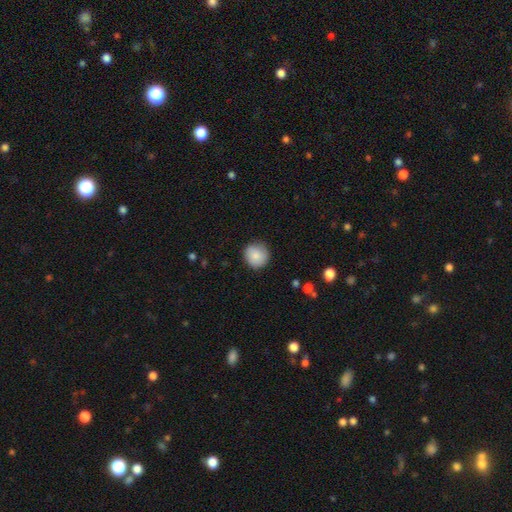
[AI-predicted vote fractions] Smooth or featured: smooth — 86% (star or artifact — 7%)
How rounded: round — 93% (in between — 6%)
Merging: none — 85% (minor disturbance — 11%)